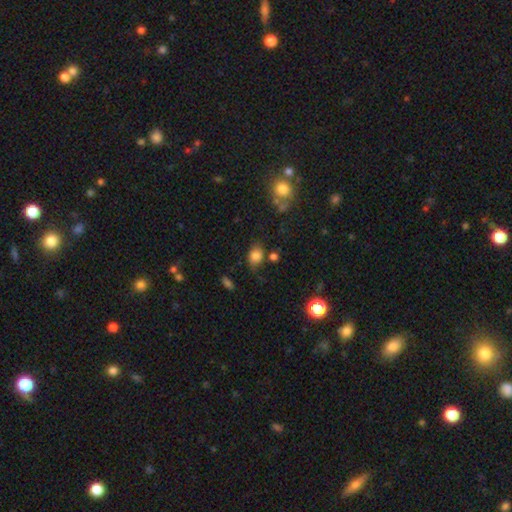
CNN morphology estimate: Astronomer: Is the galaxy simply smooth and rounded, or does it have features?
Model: smooth — 81%.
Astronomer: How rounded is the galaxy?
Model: in between — 58% (runner-up: round, 40%).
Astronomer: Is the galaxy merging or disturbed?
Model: none — 66%.